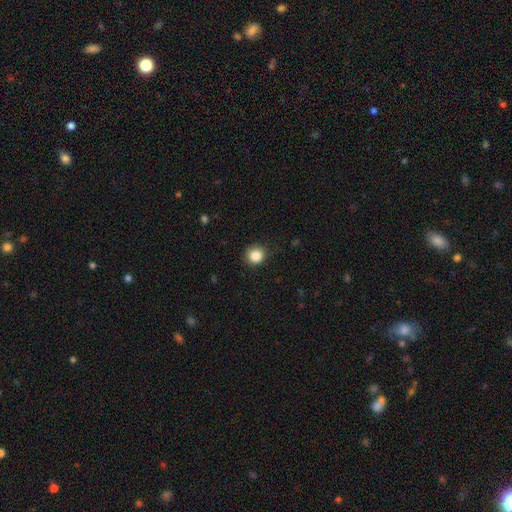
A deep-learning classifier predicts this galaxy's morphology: Q: Smooth or featured?
A: smooth (86%); runner-up: star or artifact (10%)
Q: How rounded?
A: round (90%); runner-up: in between (9%)
Q: Merging?
A: none (85%); runner-up: minor disturbance (11%)